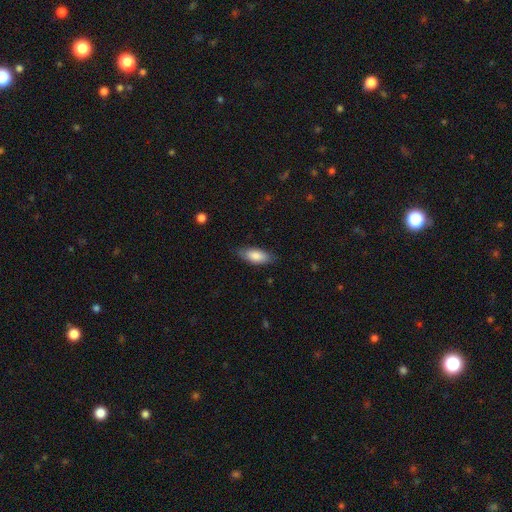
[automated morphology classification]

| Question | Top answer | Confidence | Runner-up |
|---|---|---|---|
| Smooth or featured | smooth | 84% | featured or disk (11%) |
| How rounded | in between | 83% | cigar-shaped (15%) |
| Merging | none | 80% | minor disturbance (16%) |